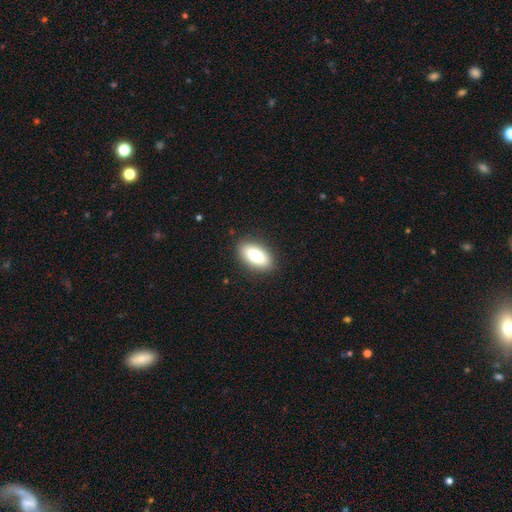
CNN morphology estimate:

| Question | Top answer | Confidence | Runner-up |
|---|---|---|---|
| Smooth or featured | smooth | 78% | featured or disk (15%) |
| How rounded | in between | 89% | cigar-shaped (8%) |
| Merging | none | 88% | minor disturbance (9%) |